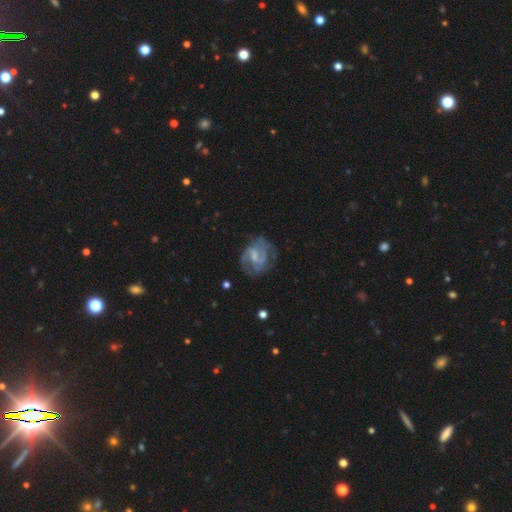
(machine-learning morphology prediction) This is clearly a featured or disk galaxy (82%). It is clearly not viewed edge-on (98%). Bar: possibly weak (58%). Spiral arm pattern: clearly yes (92%). Spiral arm count: possibly 2 (54%). Spiral winding: possibly medium (50%). Central bulge: marginally small (41%). Merging: likely none (61%).